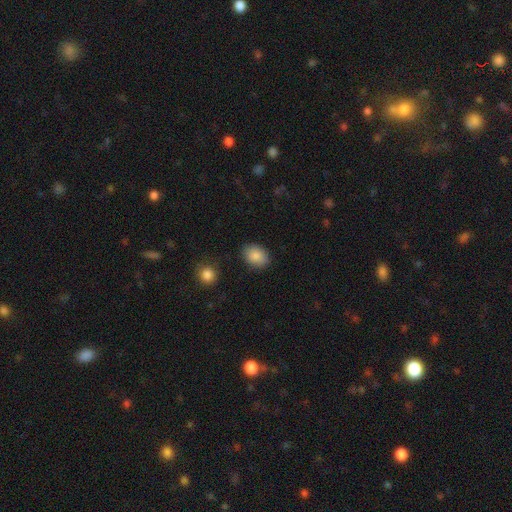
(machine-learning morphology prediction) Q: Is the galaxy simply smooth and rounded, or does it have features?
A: smooth — 88%.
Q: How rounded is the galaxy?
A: in between — 72%.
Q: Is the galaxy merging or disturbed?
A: none — 86%.